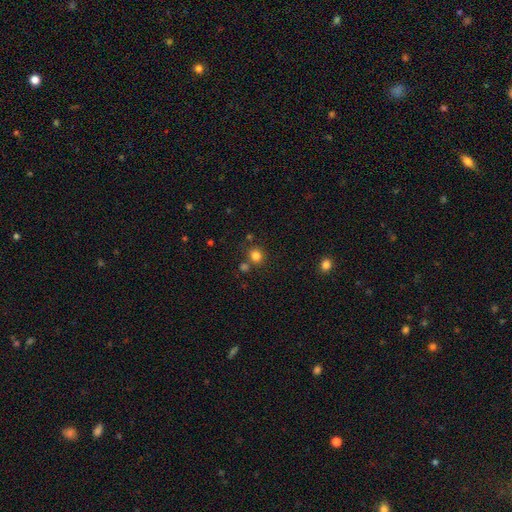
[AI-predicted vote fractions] This appears to be a smooth galaxy with no disk features (81%) that is round (87%). Merging: none (77%).